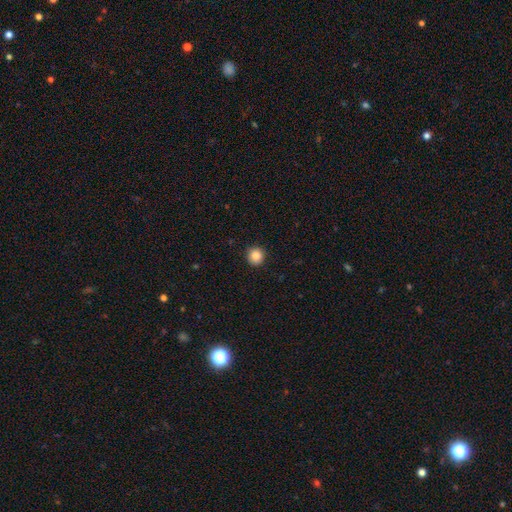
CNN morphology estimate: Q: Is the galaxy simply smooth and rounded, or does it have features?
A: smooth — 85%.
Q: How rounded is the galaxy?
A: round — 93%.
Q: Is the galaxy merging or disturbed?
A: none — 92%.